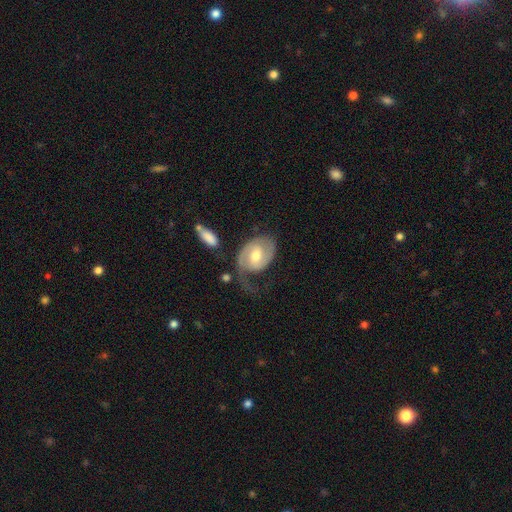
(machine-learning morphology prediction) Smooth or featured? featured or disk (74%)
Edge-on disk? no (97%)
Bar? weak (47%)
Spiral arms? yes (90%)
Spiral winding? medium (41%)
Spiral arm count? 2 (60%)
Bulge size? moderate (66%)
Merging? none (38%)